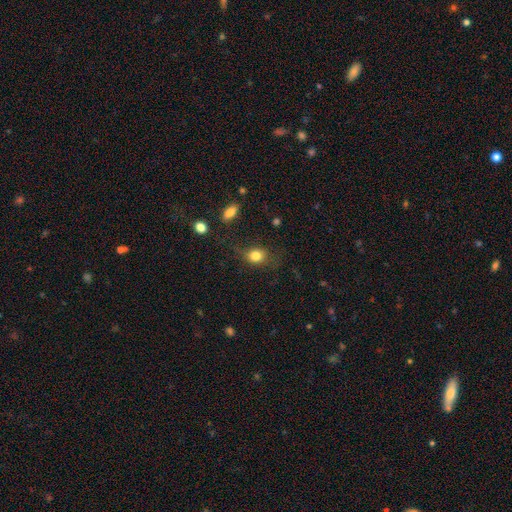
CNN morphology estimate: The model was most divided on "how rounded": round: 55%, in between: 43%, cigar-shaped: 1%. More confident: smooth or featured — smooth (81%); merging — none (68%).